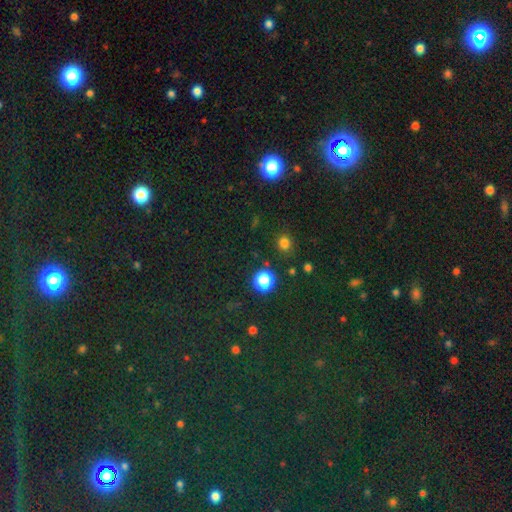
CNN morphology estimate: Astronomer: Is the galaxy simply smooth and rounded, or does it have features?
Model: star or artifact — 74%.